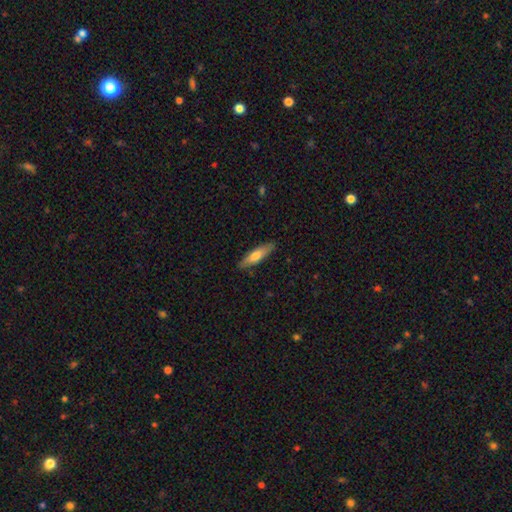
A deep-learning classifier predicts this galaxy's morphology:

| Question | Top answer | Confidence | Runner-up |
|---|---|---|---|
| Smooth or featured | smooth | 68% | featured or disk (26%) |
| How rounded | cigar-shaped | 68% | in between (30%) |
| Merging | none | 86% | minor disturbance (11%) |